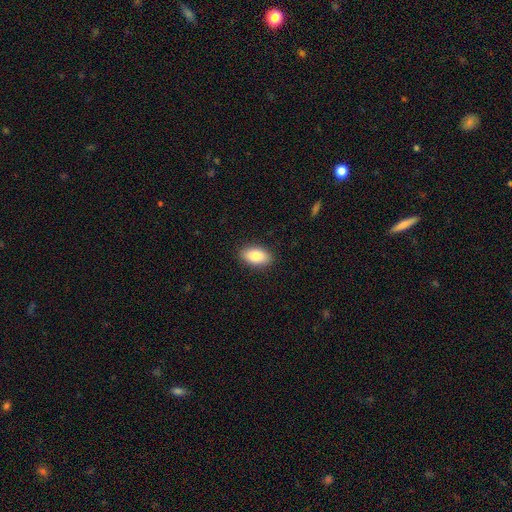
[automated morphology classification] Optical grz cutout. It shows a smooth galaxy with no disk features (84%) that is in between round and cigar-shaped (92%). Merging: none (89%).